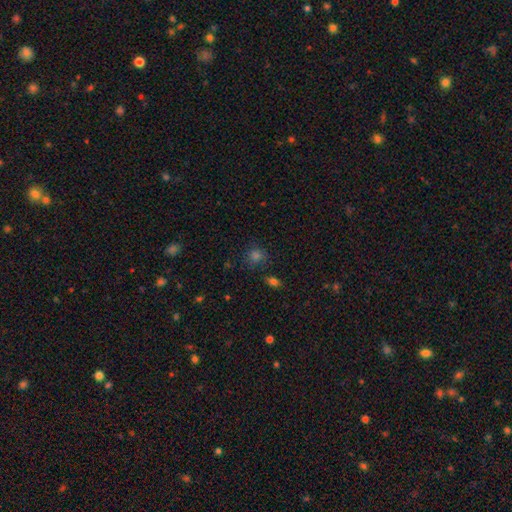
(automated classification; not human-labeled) Smooth or featured: smooth — 68% (star or artifact — 26%)
How rounded: round — 85% (in between — 13%)
Merging: none — 80% (minor disturbance — 12%)